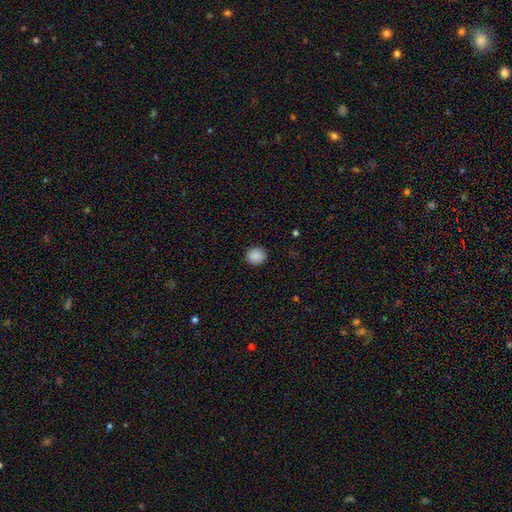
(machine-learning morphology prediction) Smooth or featured? Predicted: smooth (p=0.89). How rounded? Predicted: round (p=0.85). Merging? Predicted: none (p=0.91).